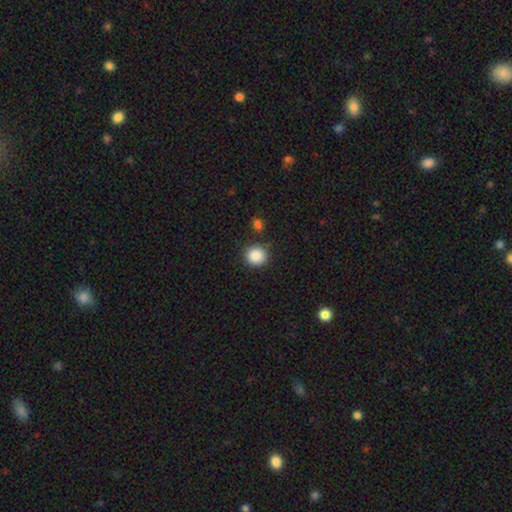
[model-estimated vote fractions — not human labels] Overall: smooth (88%). How rounded: round (88%). Merging: none (85%).